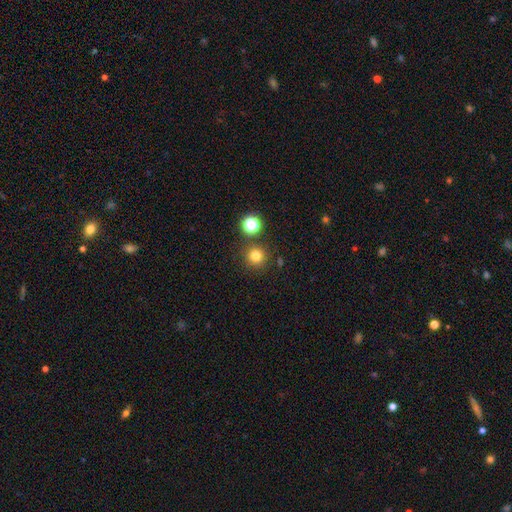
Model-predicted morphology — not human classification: Overall: smooth (78%). How rounded: round (95%). Merging: none (84%).